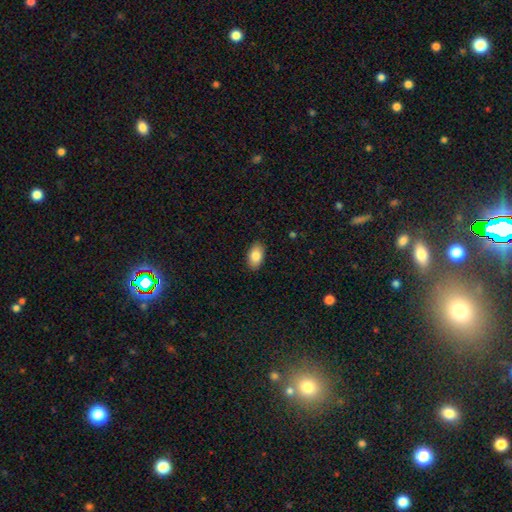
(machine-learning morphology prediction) Q: Smooth or featured?
A: smooth (85%); runner-up: featured or disk (8%)
Q: How rounded?
A: in between (93%); runner-up: round (5%)
Q: Merging?
A: none (89%); runner-up: minor disturbance (9%)